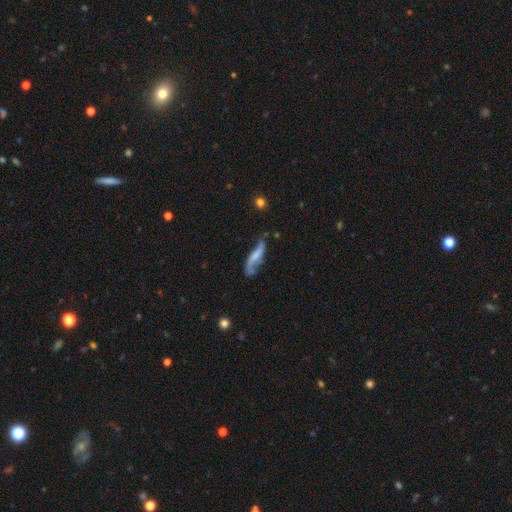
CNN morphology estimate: This is possibly a featured or disk galaxy (59%). It is likely not viewed edge-on (74%). Merging: possibly none (46%).